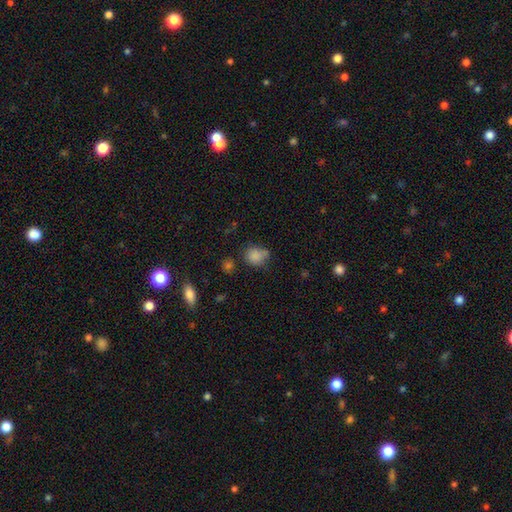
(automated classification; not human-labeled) smooth-or-featured: smooth: 81% | star or artifact: 12% | featured or disk: 7%
  how-rounded: round: 65% | in between: 34% | cigar-shaped: 1%
  merging: none: 54% | minor disturbance: 25% | merger: 13% | major disturbance: 8%